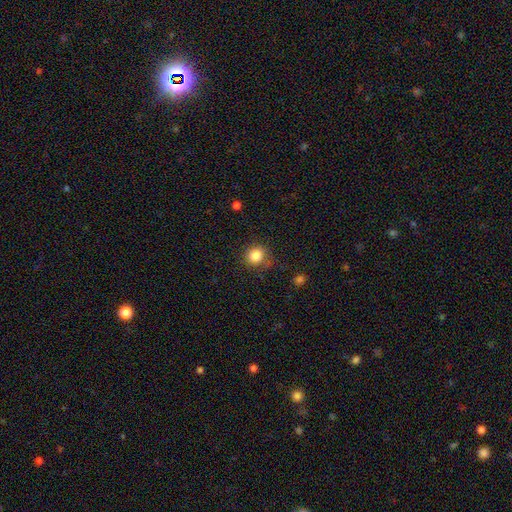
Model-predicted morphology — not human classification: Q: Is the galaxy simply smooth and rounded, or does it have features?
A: smooth — 84%.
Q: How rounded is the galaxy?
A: round — 84%.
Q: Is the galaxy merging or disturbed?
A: none — 81%.